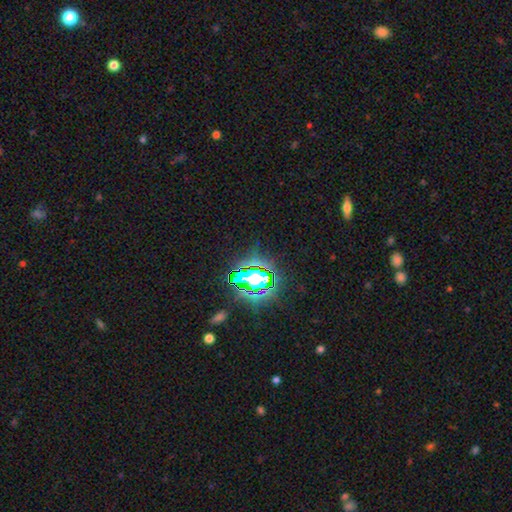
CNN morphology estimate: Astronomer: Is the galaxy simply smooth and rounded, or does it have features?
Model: star or artifact — 78%.